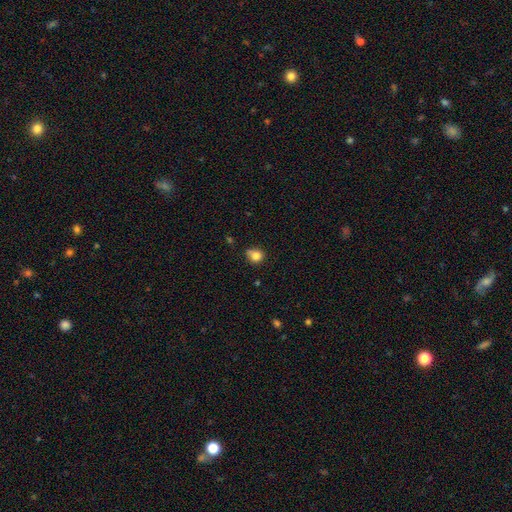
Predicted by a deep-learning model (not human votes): smooth 81%, star or artifact 11%, featured or disk 8%. Down the decision tree: how rounded — round (77%); merging — none (58%).